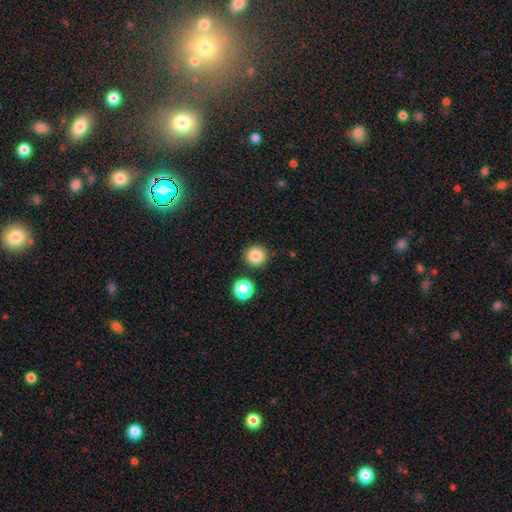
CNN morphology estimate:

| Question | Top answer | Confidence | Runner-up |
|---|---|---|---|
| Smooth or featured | smooth | 84% | star or artifact (11%) |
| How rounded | round | 94% | in between (5%) |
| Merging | none | 86% | minor disturbance (7%) |